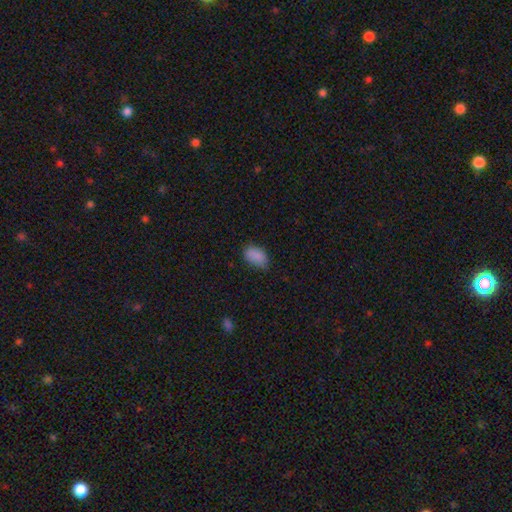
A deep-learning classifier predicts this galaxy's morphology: smooth_or_featured: smooth (p=0.87) [alt: star or artifact p=0.09]
how_rounded: in between (p=0.90) [alt: round p=0.08]
merging: none (p=0.67) [alt: minor disturbance p=0.27]